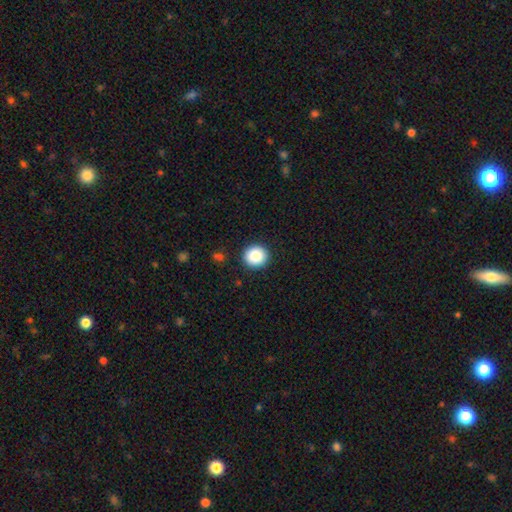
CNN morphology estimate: A smooth galaxy with no disk features (87%) that is round (93%). Merging: none (91%).